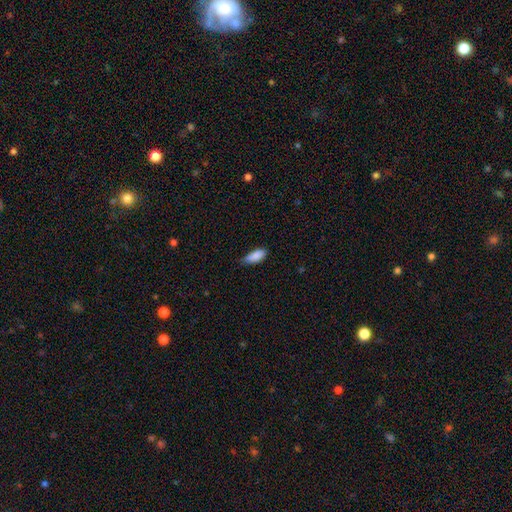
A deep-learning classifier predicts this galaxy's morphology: A smooth galaxy with no disk features (88%) that is in between round and cigar-shaped (80%). Merging: none (55%).